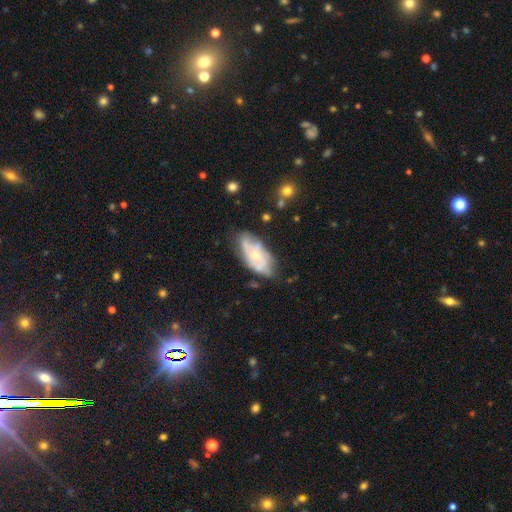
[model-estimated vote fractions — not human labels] Overall: featured or disk (68%). Edge-on disk: no (93%). Bar: no (78%). Spiral arms: yes (75%). Bulge size: small (59%; moderate 36%). Merging: none (61%; minor disturbance 26%).